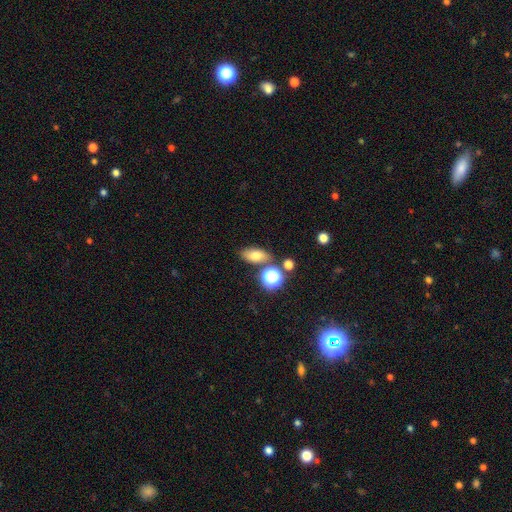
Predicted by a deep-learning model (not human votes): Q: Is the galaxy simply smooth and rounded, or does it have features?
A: smooth — 72%.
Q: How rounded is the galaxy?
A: in between — 80%.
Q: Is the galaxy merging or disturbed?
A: none — 75%.